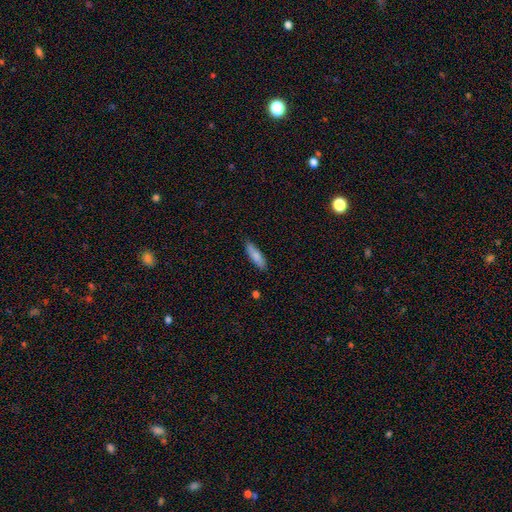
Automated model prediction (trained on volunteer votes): This appears to be a smooth galaxy with no disk features (82%) that is cigar-shaped (62%). Merging: none (83%).